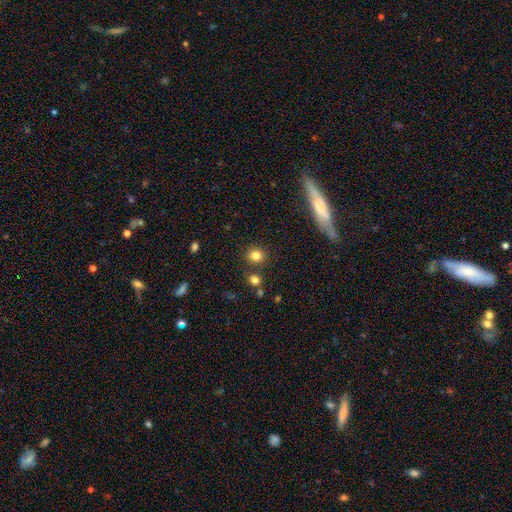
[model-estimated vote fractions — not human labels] Smooth or featured?
  - smooth: 81% *
  - star or artifact: 12%
  - featured or disk: 6%
How rounded?
  - round: 80% *
  - in between: 18%
  - cigar-shaped: 1%
Merging?
  - none: 83% *
  - minor disturbance: 8%
  - merger: 6%
  - major disturbance: 3%